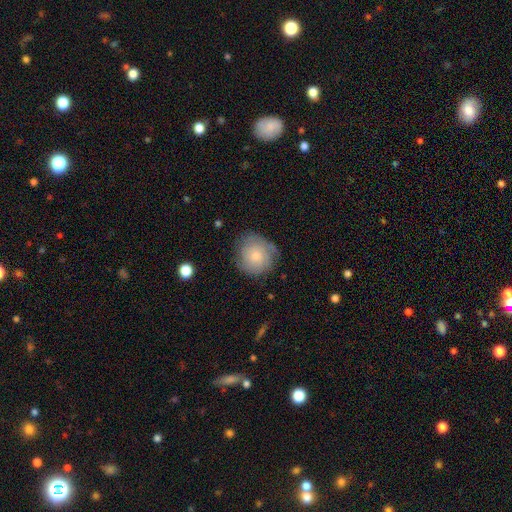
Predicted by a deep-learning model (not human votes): Smooth or featured?
  - smooth: 52% *
  - featured or disk: 41%
  - star or artifact: 7%
How rounded?
  - round: 89% *
  - in between: 10%
  - cigar-shaped: 1%
Merging?
  - none: 73% *
  - minor disturbance: 19%
  - major disturbance: 7%
  - merger: 2%